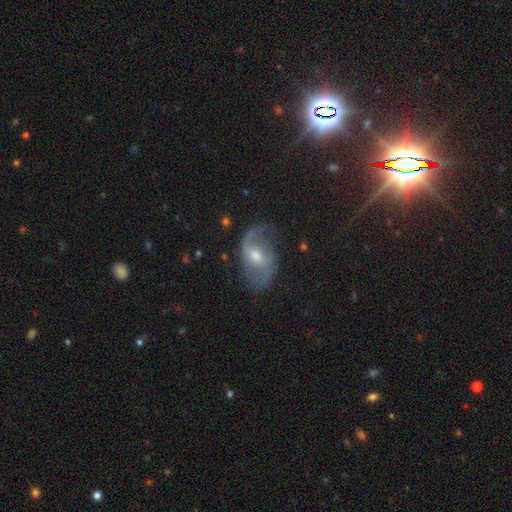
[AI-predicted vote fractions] Smooth or featured: featured or disk — 82% (smooth — 11%)
Edge-on disk: no — 97% (yes — 3%)
Bar: weak — 47% (no — 36%)
Spiral arms: yes — 93% (no — 7%)
Spiral winding: loose — 54% (medium — 35%)
Spiral arm count: 2 — 86% (1 — 6%)
Bulge size: moderate — 56% (small — 39%)
Merging: none — 69% (minor disturbance — 19%)